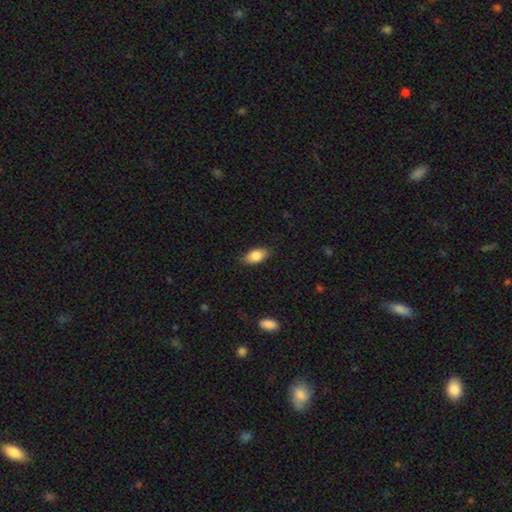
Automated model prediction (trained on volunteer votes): Q: Smooth or featured?
A: smooth (84%); runner-up: featured or disk (9%)
Q: How rounded?
A: in between (91%); runner-up: cigar-shaped (5%)
Q: Merging?
A: none (84%); runner-up: minor disturbance (12%)